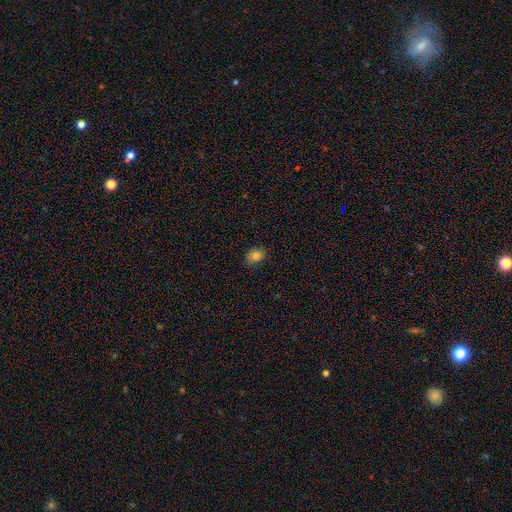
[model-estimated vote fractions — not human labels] Smooth or featured?
  - smooth: 83% *
  - star or artifact: 12%
  - featured or disk: 6%
How rounded?
  - in between: 58% *
  - round: 41%
  - cigar-shaped: 1%
Merging?
  - none: 83% *
  - minor disturbance: 14%
  - major disturbance: 2%
  - merger: 1%